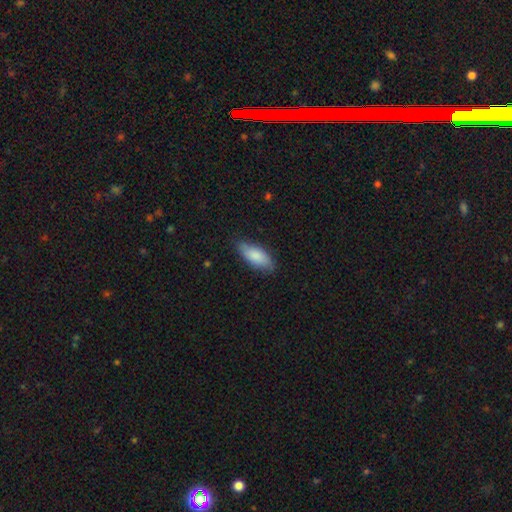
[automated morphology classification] Smooth or featured?
  - smooth: 83% *
  - featured or disk: 11%
  - star or artifact: 6%
How rounded?
  - in between: 79% *
  - cigar-shaped: 19%
  - round: 2%
Merging?
  - none: 78% *
  - minor disturbance: 18%
  - major disturbance: 3%
  - merger: 1%